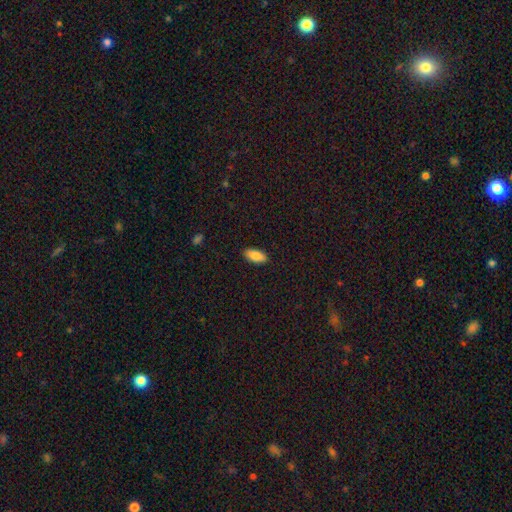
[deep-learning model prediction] A smooth galaxy with no disk features (86%) that is in between round and cigar-shaped (90%).

Vote fractions:
- Smooth or featured? smooth: 86% / featured or disk: 8% / star or artifact: 7%
- How rounded? in between: 90% / cigar-shaped: 8% / round: 2%
- Merging? none: 89% / minor disturbance: 8% / major disturbance: 2% / merger: 1%